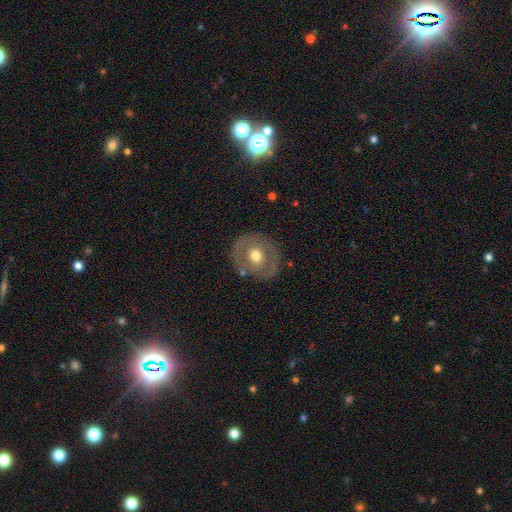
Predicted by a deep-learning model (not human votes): smooth 50%, featured or disk 43%, star or artifact 7%. Down the decision tree: merging — none (81%).